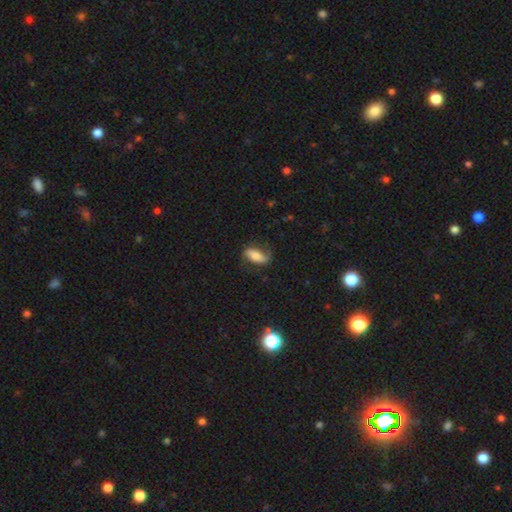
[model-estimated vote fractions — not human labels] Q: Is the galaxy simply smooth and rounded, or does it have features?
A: smooth — 56%.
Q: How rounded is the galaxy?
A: in between — 82%.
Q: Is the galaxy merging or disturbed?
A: none — 65%.